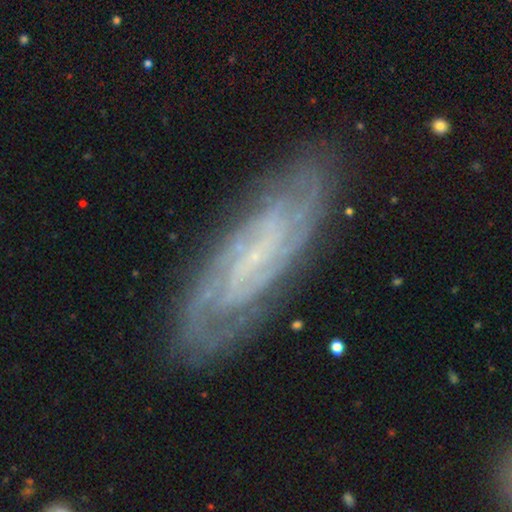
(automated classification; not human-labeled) Smooth or featured? Predicted: featured or disk (p=0.84). Edge-on disk? Predicted: no (p=0.89). Bar? Predicted: weak (p=0.42). Spiral arms? Predicted: yes (p=0.96). Spiral winding? Predicted: tight (p=0.63). Spiral arm count? Predicted: 2 (p=0.40). Bulge size? Predicted: small (p=0.69). Merging? Predicted: none (p=0.82).